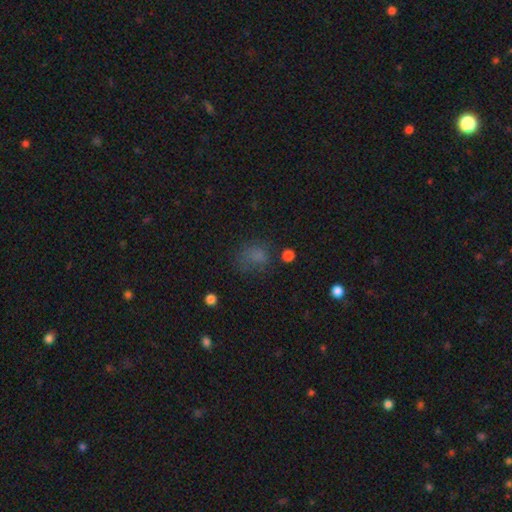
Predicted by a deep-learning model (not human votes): Smooth or featured?
  - smooth: 67% *
  - star or artifact: 21%
  - featured or disk: 11%
How rounded?
  - in between: 52% *
  - round: 46%
  - cigar-shaped: 1%
Merging?
  - none: 50% *
  - minor disturbance: 25%
  - major disturbance: 21%
  - merger: 4%